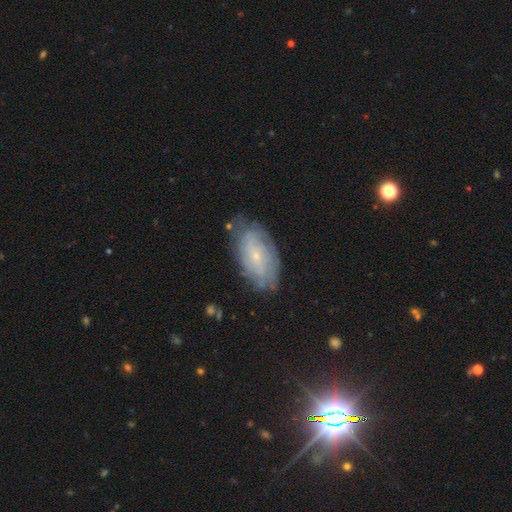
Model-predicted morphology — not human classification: Overall: featured or disk (57%; smooth 33%). Edge-on disk: no (91%). Bar: no (75%). Spiral arms: yes (74%). Bulge size: small (81%). Merging: none (74%).